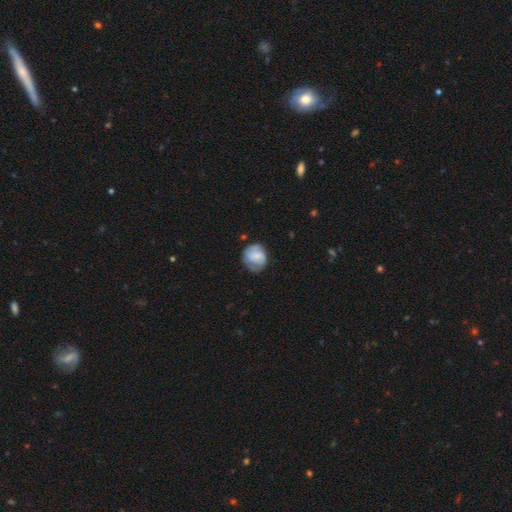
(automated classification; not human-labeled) Smooth or featured? smooth (51%)
How rounded? round (73%)
Merging? none (59%)